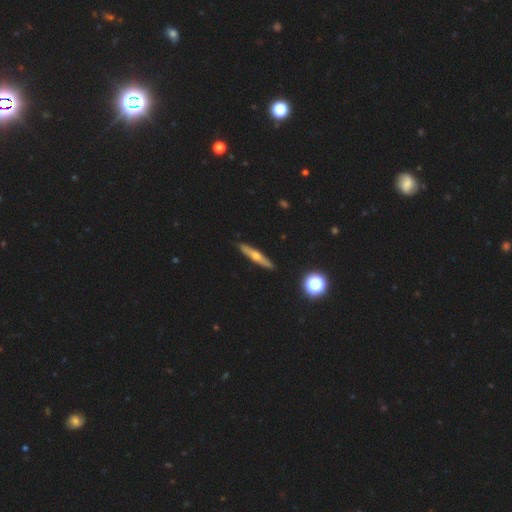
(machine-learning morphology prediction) Smooth or featured? featured or disk (57%)
Edge-on disk? yes (93%)
Edge-on bulge? rounded (86%)
Merging? none (90%)